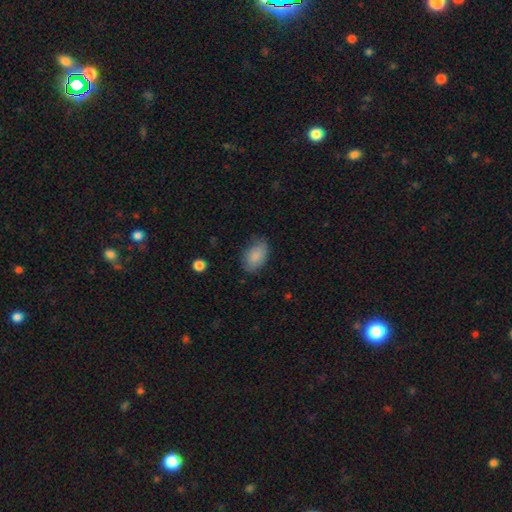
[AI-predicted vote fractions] Morphology: type=smooth (86%); roundness=in between (89%); merging=none (73%).